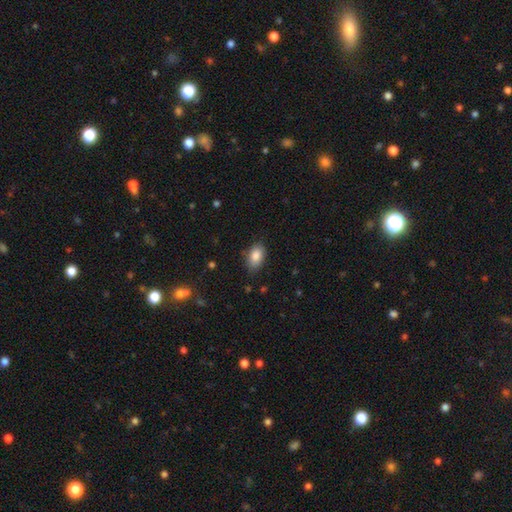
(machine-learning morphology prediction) smooth_or_featured: smooth (p=0.86) [alt: star or artifact p=0.07]
how_rounded: in between (p=0.91) [alt: round p=0.08]
merging: none (p=0.80) [alt: minor disturbance p=0.16]